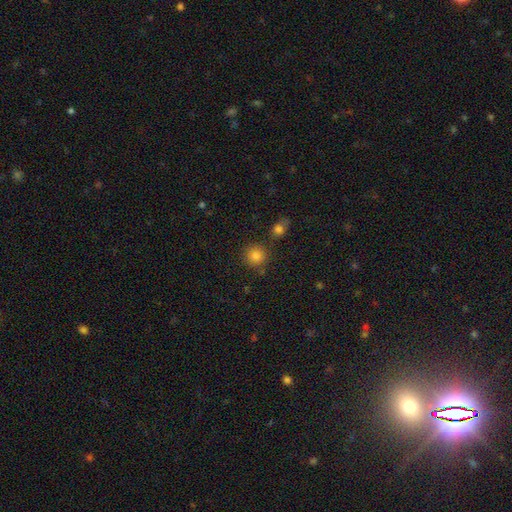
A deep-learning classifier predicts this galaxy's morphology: Smooth or featured: smooth — 84% (star or artifact — 11%)
How rounded: round — 91% (in between — 8%)
Merging: none — 80% (minor disturbance — 9%)